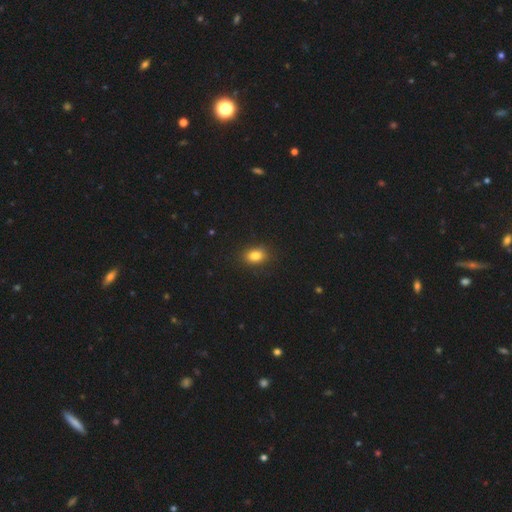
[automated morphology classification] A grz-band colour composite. It shows a smooth galaxy with no disk features (83%) that is in between round and cigar-shaped (73%). Merging: none (87%).